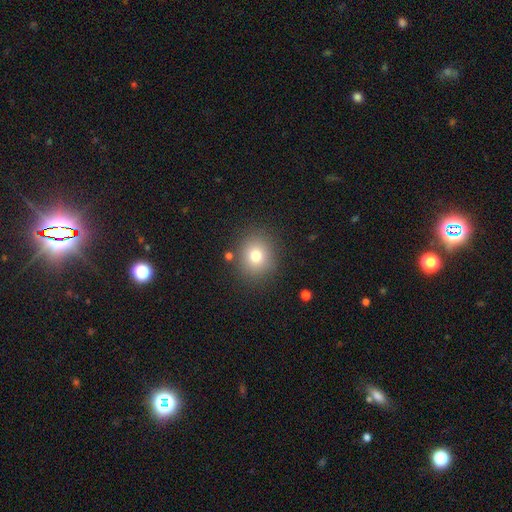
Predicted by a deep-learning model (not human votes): Smooth or featured: smooth — 77% (star or artifact — 13%)
How rounded: round — 81% (in between — 18%)
Merging: none — 85% (minor disturbance — 8%)